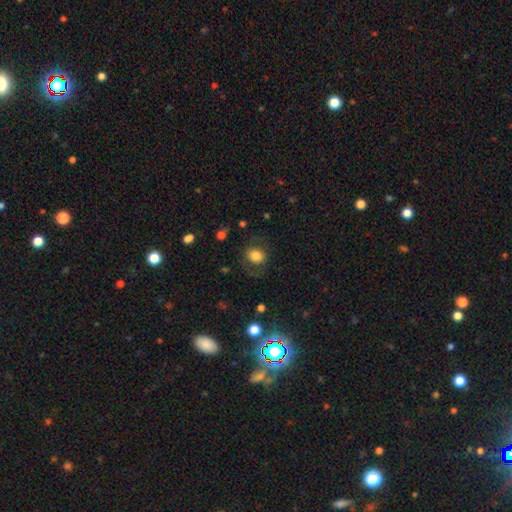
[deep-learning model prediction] A smooth galaxy with no disk features (72%) that is round (62%).

Vote fractions:
- Smooth or featured? smooth: 72% / featured or disk: 19% / star or artifact: 9%
- How rounded? round: 62% / in between: 38% / cigar-shaped: 1%
- Merging? none: 72% / minor disturbance: 15% / major disturbance: 12% / merger: 2%